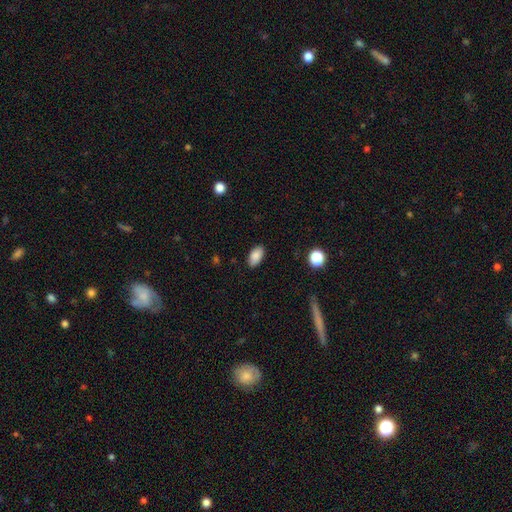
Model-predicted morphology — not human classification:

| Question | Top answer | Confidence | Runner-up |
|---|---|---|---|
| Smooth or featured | smooth | 87% | star or artifact (8%) |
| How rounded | in between | 94% | round (4%) |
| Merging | none | 87% | minor disturbance (10%) |